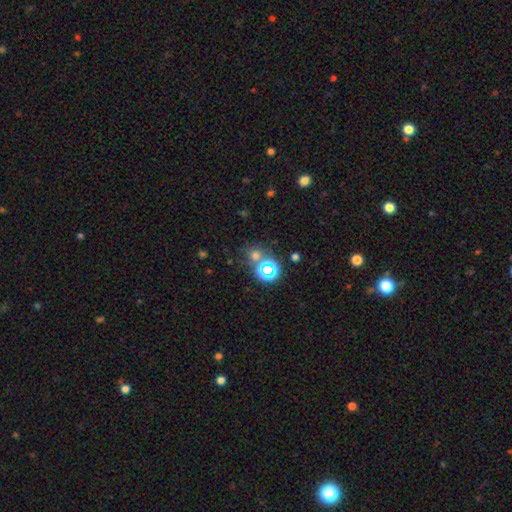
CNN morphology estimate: smooth 54%, star or artifact 38%, featured or disk 8%. Down the decision tree: how rounded — round (84%); merging — none (65%).